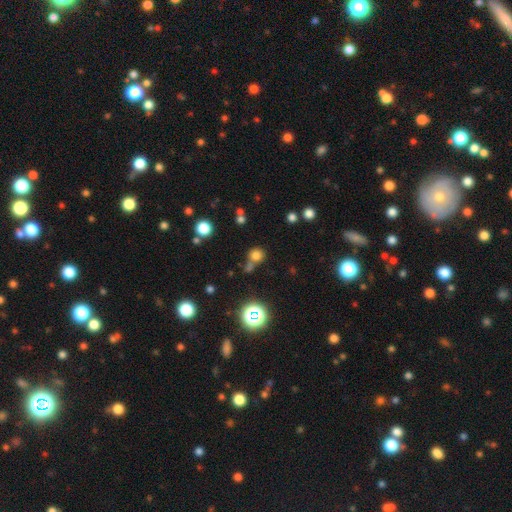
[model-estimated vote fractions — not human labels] Q: Smooth or featured?
A: smooth (71%); runner-up: star or artifact (22%)
Q: How rounded?
A: round (89%); runner-up: in between (10%)
Q: Merging?
A: none (60%); runner-up: merger (25%)